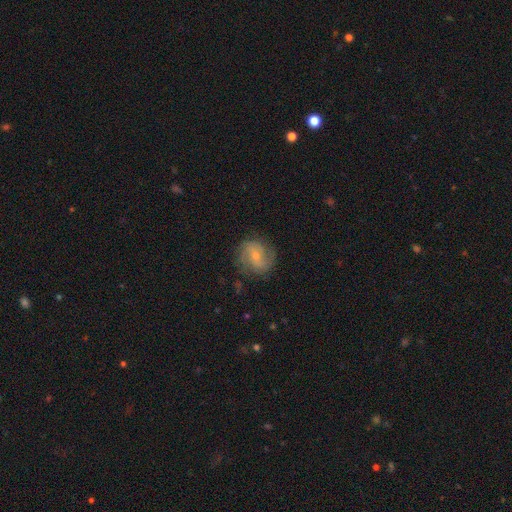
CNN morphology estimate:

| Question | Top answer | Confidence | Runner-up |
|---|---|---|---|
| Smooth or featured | featured or disk | 67% | smooth (25%) |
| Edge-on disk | no | 97% | yes (3%) |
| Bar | no | 49% | weak (39%) |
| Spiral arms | yes | 88% | no (12%) |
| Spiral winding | medium | 44% | tight (30%) |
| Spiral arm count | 2 | 64% | can't tell (18%) |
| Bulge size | small | 67% | moderate (28%) |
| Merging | none | 74% | minor disturbance (17%) |